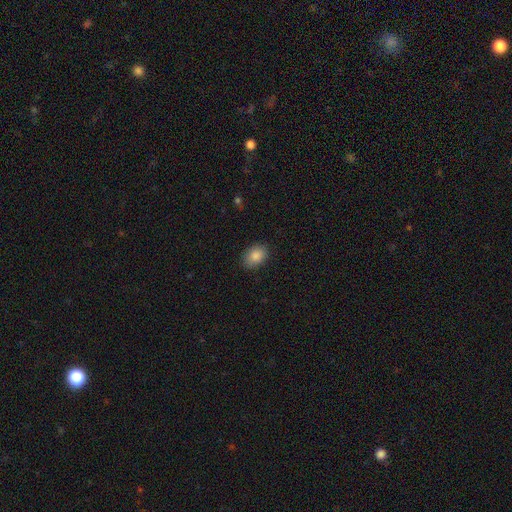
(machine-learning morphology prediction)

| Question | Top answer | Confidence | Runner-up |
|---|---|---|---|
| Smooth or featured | smooth | 87% | star or artifact (8%) |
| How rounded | in between | 79% | round (20%) |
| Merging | none | 85% | minor disturbance (11%) |